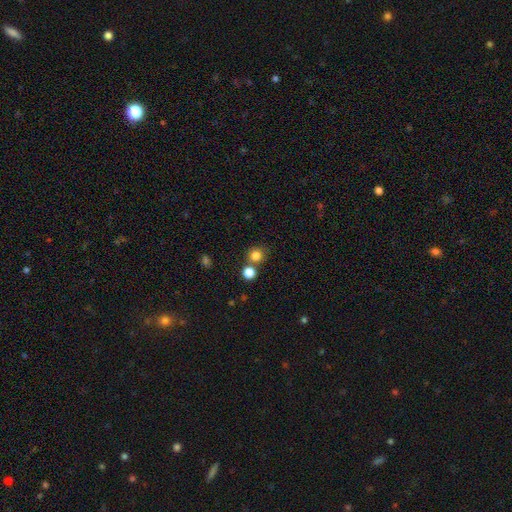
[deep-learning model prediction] smooth_or_featured: smooth (p=0.80) [alt: star or artifact p=0.14]
how_rounded: round (p=0.90) [alt: in between p=0.09]
merging: none (p=0.68) [alt: merger p=0.21]